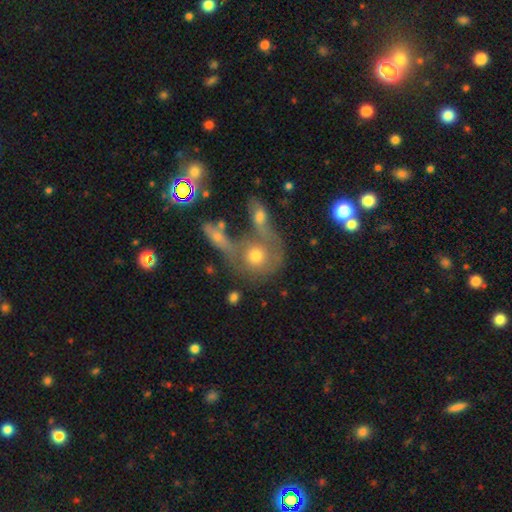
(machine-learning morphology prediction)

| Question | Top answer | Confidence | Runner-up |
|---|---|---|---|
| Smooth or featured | smooth | 57% | featured or disk (32%) |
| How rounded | round | 76% | in between (20%) |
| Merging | merger | 52% | none (30%) |